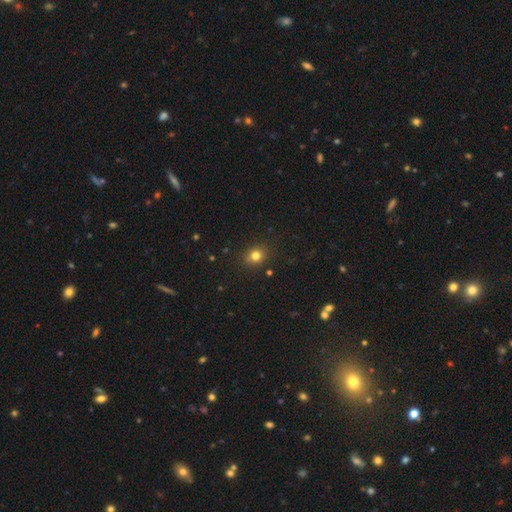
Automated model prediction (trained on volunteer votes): This appears to be a smooth galaxy with no disk features (78%) that is round (75%). Merging: none (85%).